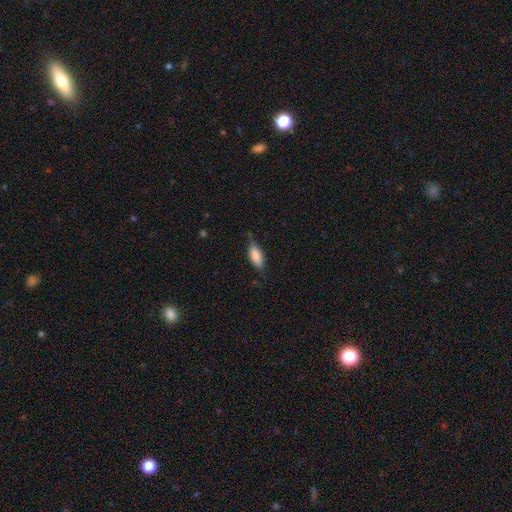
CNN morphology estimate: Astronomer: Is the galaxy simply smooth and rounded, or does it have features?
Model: smooth — 82%.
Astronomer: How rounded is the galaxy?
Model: in between — 75%.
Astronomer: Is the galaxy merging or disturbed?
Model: none — 67%.